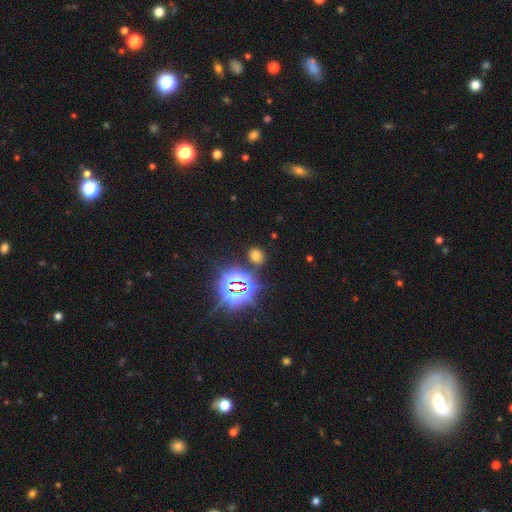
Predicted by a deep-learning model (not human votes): Overall: smooth (54%; star or artifact 39%). How rounded: round (51%; in between 48%). Merging: none (83%).